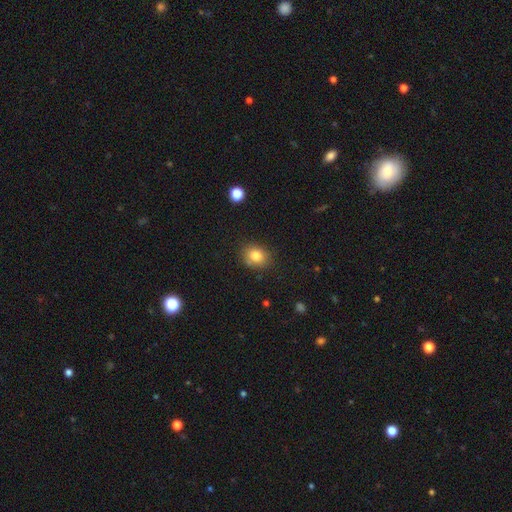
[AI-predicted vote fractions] Q: Smooth or featured?
A: smooth (82%); runner-up: star or artifact (10%)
Q: How rounded?
A: round (54%); runner-up: in between (45%)
Q: Merging?
A: none (78%); runner-up: minor disturbance (15%)